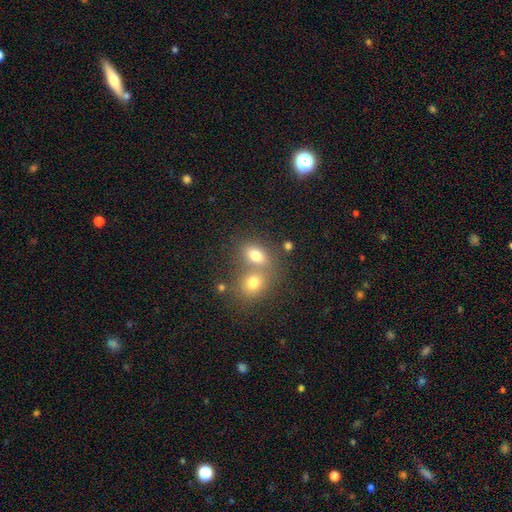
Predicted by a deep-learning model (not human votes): Overall: smooth (76%). How rounded: in between (70%). Merging: merger (45%; none 42%).